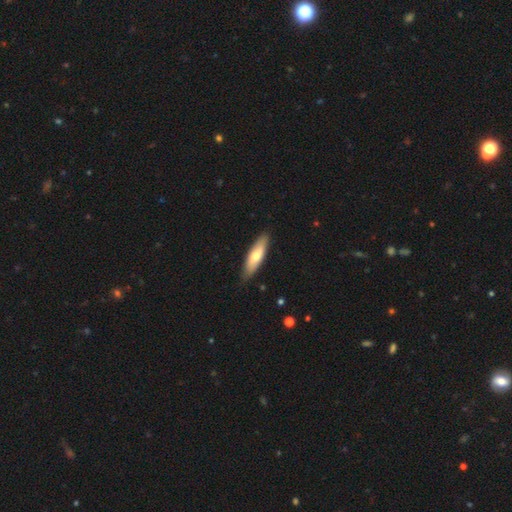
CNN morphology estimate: smooth 65%, featured or disk 30%, star or artifact 5%. Down the decision tree: how rounded — cigar-shaped (56%); merging — none (86%).